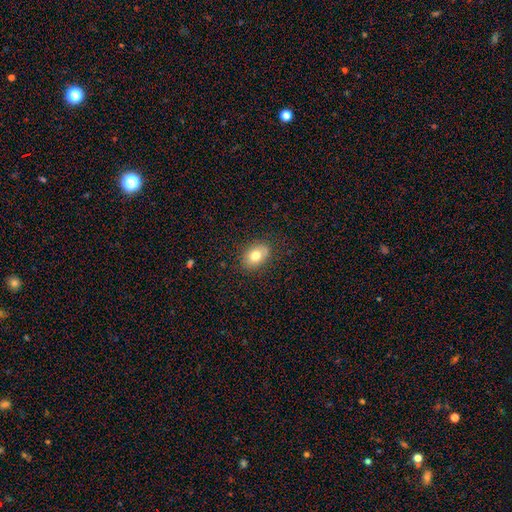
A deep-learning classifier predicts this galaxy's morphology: Overall: smooth (77%). How rounded: in between (74%). Merging: none (84%).